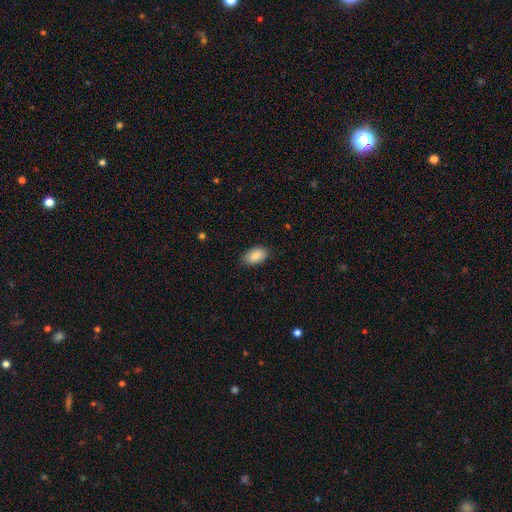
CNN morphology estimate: A smooth galaxy with no disk features (89%) that is in between round and cigar-shaped (94%). Merging: none (85%).